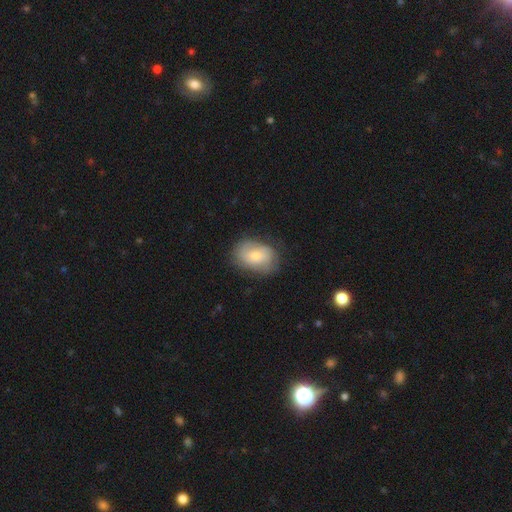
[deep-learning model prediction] Morphology: type=smooth (56%); roundness=in between (78%); merging=none (71%).